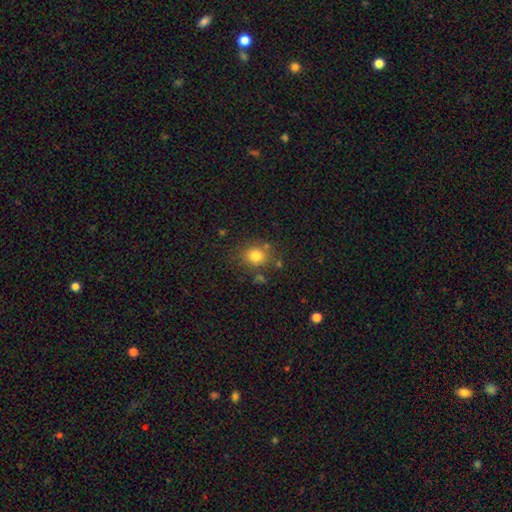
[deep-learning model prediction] Morphology: type=smooth (80%); roundness=round (70%); merging=none (75%).